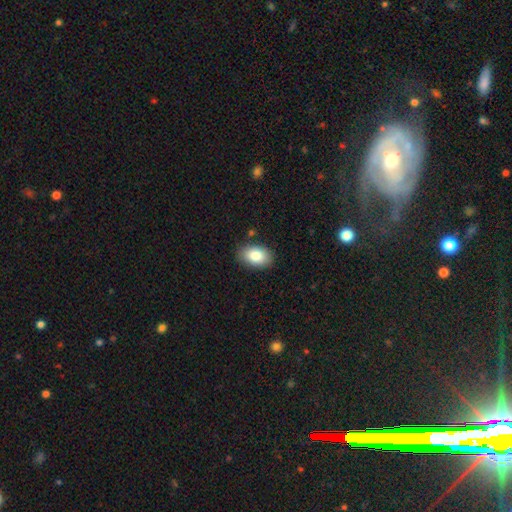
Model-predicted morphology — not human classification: type=smooth (83%); roundness=in between (88%); merging=none (86%).